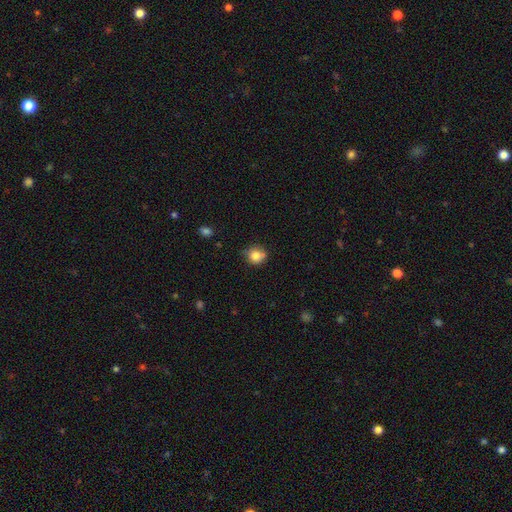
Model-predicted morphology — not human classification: Smooth or featured? smooth (82%)
How rounded? round (86%)
Merging? none (67%)